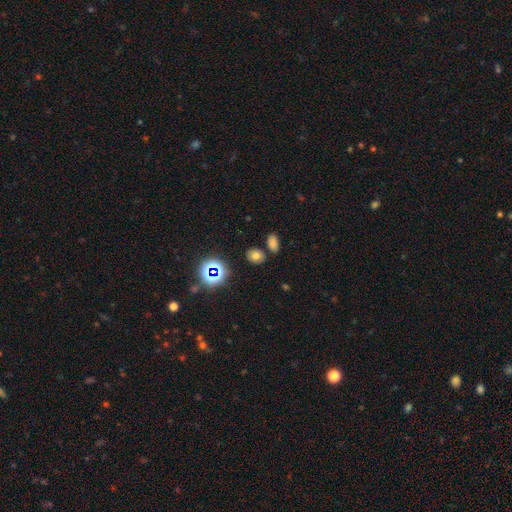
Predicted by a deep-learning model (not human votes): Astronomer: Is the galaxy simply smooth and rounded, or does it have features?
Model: smooth — 68%.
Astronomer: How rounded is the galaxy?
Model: in between — 65%.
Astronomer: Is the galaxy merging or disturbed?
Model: none — 79%.